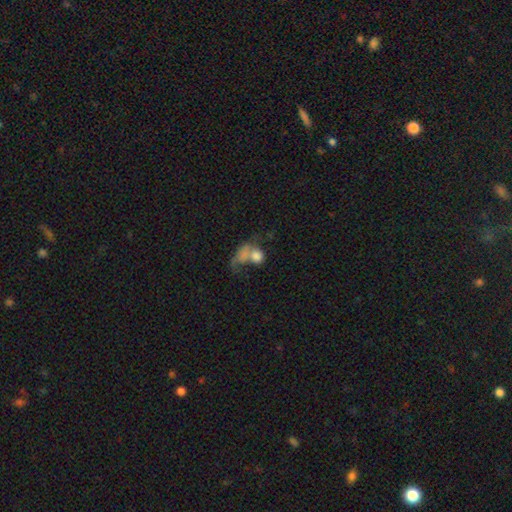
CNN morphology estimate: smooth_or_featured: smooth (p=0.71) [alt: featured or disk p=0.18]
how_rounded: round (p=0.51) [alt: in between p=0.46]
merging: merger (p=0.51) [alt: major disturbance p=0.22]